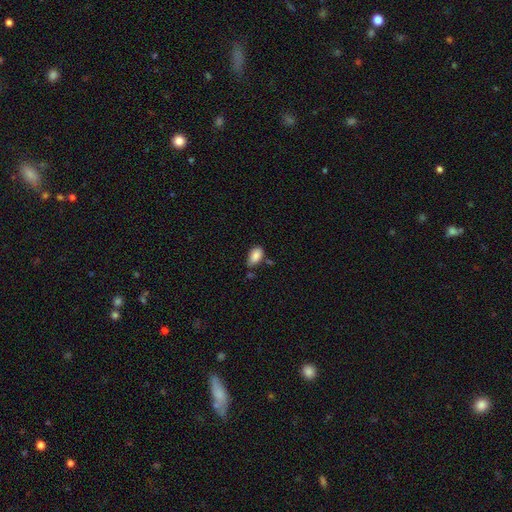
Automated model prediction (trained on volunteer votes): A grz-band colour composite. It shows a smooth galaxy with no disk features (87%) that is in between round and cigar-shaped (93%). Merging: none (64%).